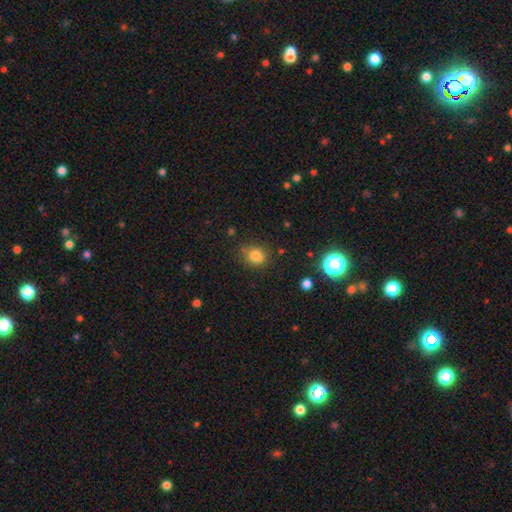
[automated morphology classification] Q: Smooth or featured?
A: smooth (78%); runner-up: star or artifact (15%)
Q: How rounded?
A: round (65%); runner-up: in between (34%)
Q: Merging?
A: none (69%); runner-up: minor disturbance (19%)